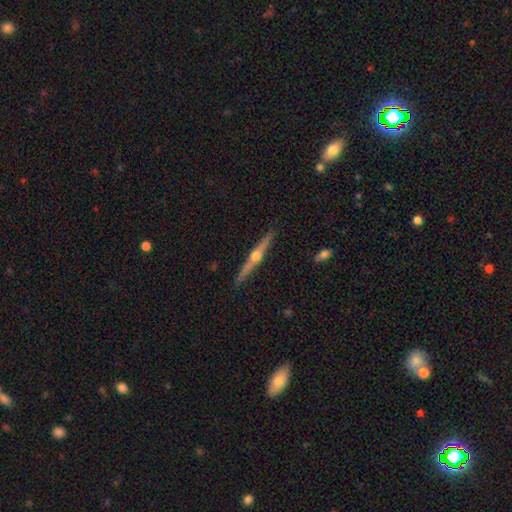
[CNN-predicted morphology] Q: Smooth or featured?
A: featured or disk (83%); runner-up: smooth (12%)
Q: Edge-on disk?
A: yes (98%); runner-up: no (2%)
Q: Edge-on bulge?
A: rounded (95%); runner-up: none (3%)
Q: Merging?
A: none (92%); runner-up: minor disturbance (6%)